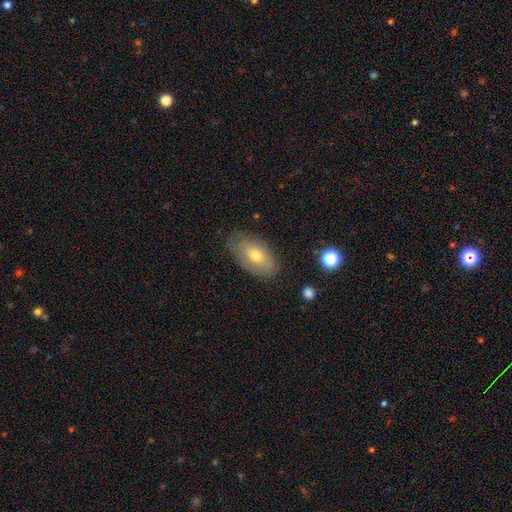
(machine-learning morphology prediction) smooth 61%, featured or disk 31%, star or artifact 8%. Down the decision tree: how rounded — in between (92%); merging — none (71%).